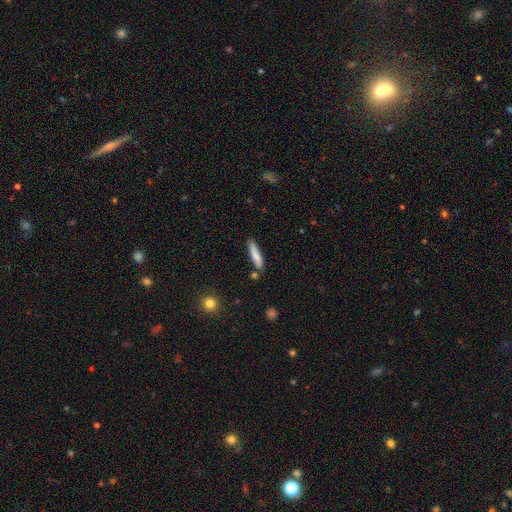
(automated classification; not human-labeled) This appears to be a smooth galaxy with no disk features (80%) that is cigar-shaped (83%). Merging: none (79%).